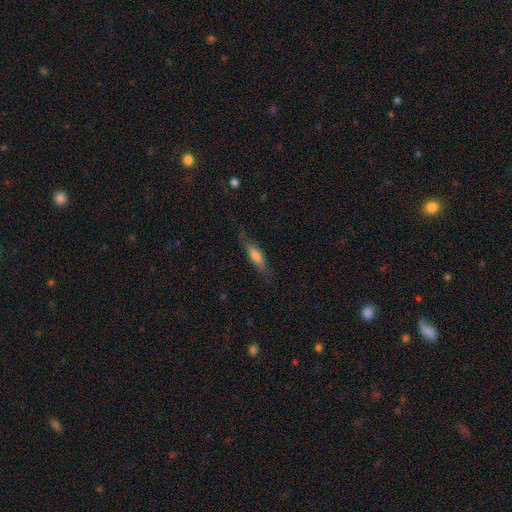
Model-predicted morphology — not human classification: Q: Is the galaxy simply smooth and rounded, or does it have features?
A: smooth — 62%.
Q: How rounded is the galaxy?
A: cigar-shaped — 65%.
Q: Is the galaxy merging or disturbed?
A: none — 72%.